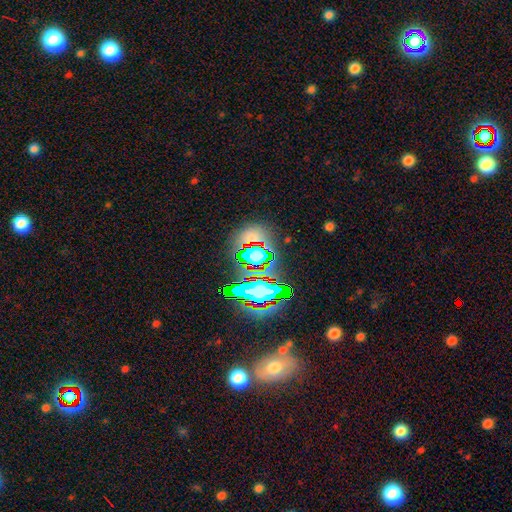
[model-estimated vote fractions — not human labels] Smooth or featured? star or artifact (53%)